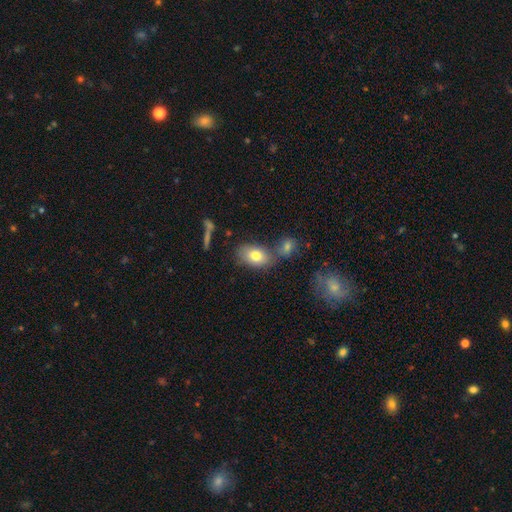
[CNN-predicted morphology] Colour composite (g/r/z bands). It shows a smooth galaxy with no disk features (78%) that is in between round and cigar-shaped (87%). Merging: none (62%).